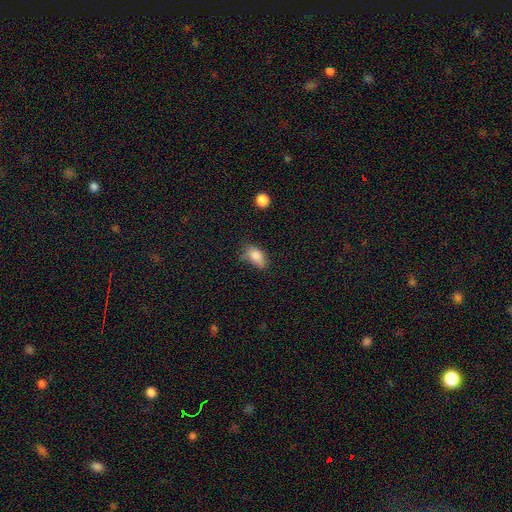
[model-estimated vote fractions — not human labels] A smooth galaxy with no disk features (82%) that is in between round and cigar-shaped (88%).

Vote fractions:
- Smooth or featured? smooth: 82% / star or artifact: 9% / featured or disk: 9%
- How rounded? in between: 88% / round: 9% / cigar-shaped: 3%
- Merging? none: 48% / minor disturbance: 36% / major disturbance: 12% / merger: 4%